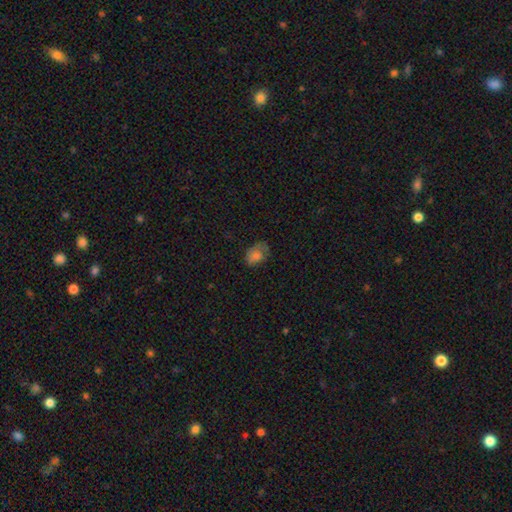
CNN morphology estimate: Q: Smooth or featured?
A: smooth (67%); runner-up: featured or disk (21%)
Q: How rounded?
A: in between (75%); runner-up: round (24%)
Q: Merging?
A: none (50%); runner-up: minor disturbance (33%)